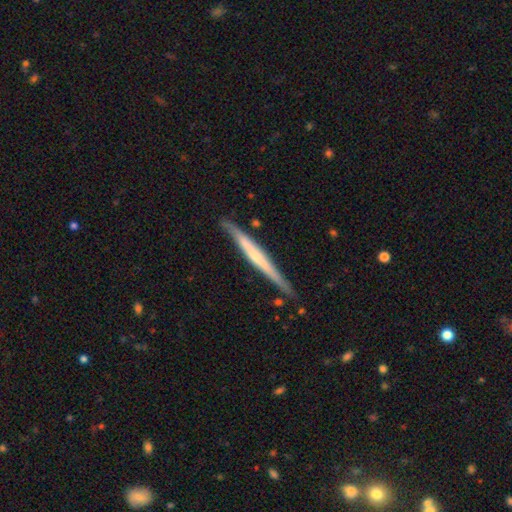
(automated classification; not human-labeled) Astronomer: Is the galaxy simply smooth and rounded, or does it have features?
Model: featured or disk — 59% (runner-up: smooth, 36%).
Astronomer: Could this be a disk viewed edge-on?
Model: yes — 97%.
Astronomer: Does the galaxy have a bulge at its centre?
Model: none — 61%.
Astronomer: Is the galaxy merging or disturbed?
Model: none — 84%.